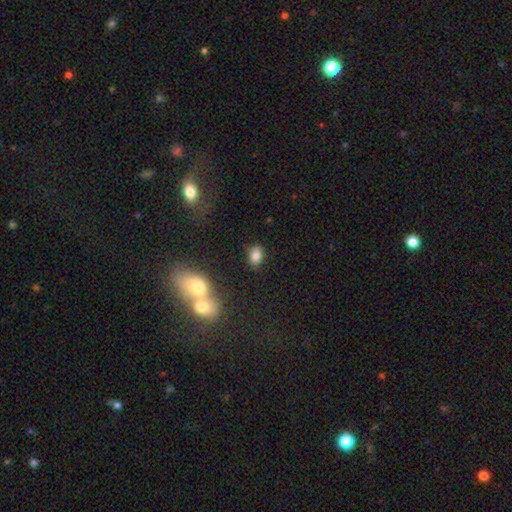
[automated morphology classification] Smooth or featured?
  - smooth: 81% *
  - star or artifact: 11%
  - featured or disk: 7%
How rounded?
  - in between: 80% *
  - round: 18%
  - cigar-shaped: 2%
Merging?
  - none: 76% *
  - minor disturbance: 15%
  - merger: 5%
  - major disturbance: 4%